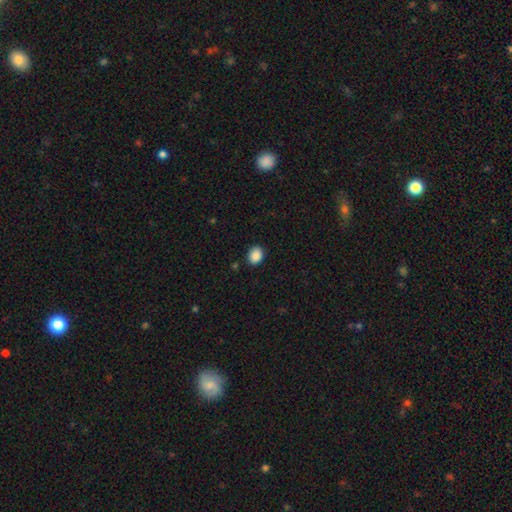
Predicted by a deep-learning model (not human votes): Smooth or featured?
  - smooth: 89% *
  - star or artifact: 8%
  - featured or disk: 3%
How rounded?
  - in between: 54% *
  - round: 45%
  - cigar-shaped: 1%
Merging?
  - none: 88% *
  - minor disturbance: 9%
  - major disturbance: 2%
  - merger: 1%